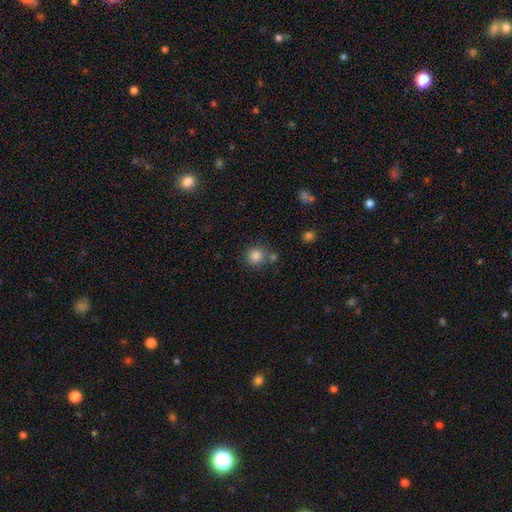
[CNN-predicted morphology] type=smooth (84%); roundness=round (90%); merging=none (69%).